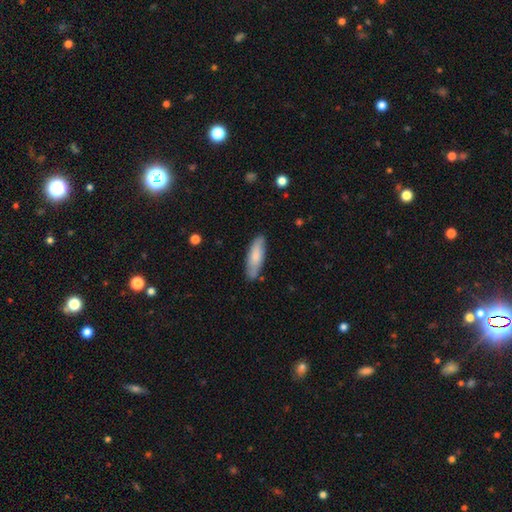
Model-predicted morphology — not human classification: smooth_or_featured: smooth (p=0.77) [alt: featured or disk p=0.17]
how_rounded: cigar-shaped (p=0.51) [alt: in between p=0.48]
merging: none (p=0.84) [alt: minor disturbance p=0.13]